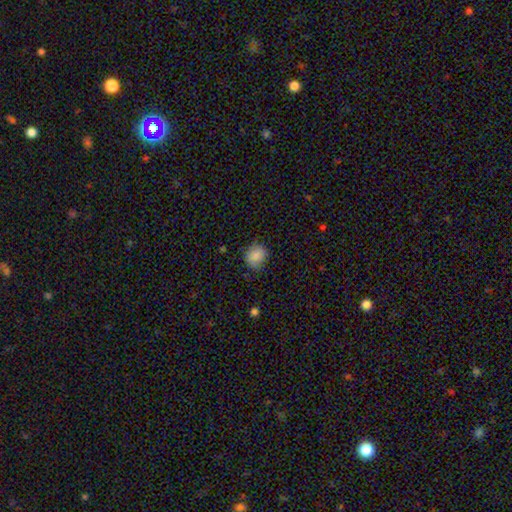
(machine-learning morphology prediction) type=smooth (86%); roundness=round (73%); merging=none (74%).